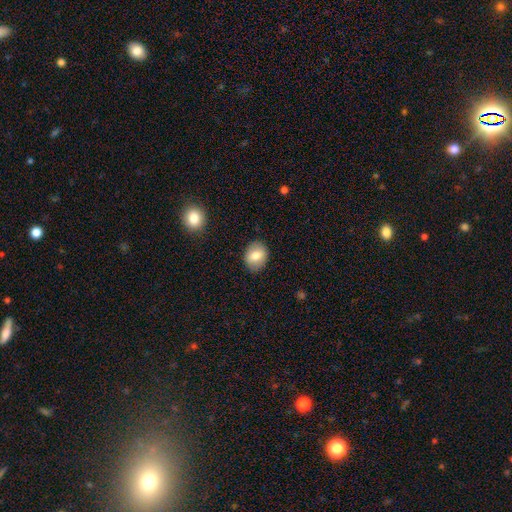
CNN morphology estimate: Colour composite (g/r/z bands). It shows a smooth galaxy with no disk features (76%) that is round (50%). Merging: none (86%).